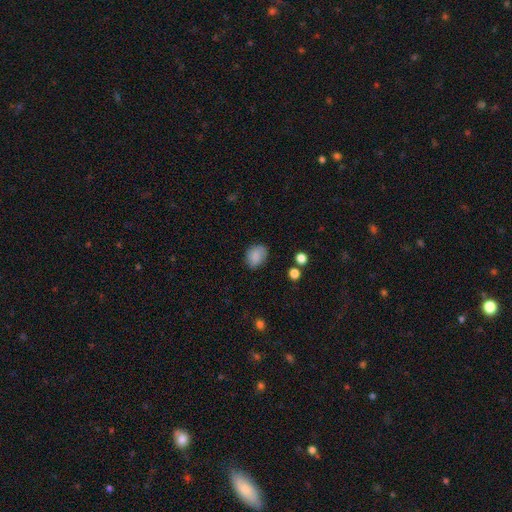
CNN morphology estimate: A smooth galaxy with no disk features (82%) that is in between round and cigar-shaped (59%). Merging: none (74%).